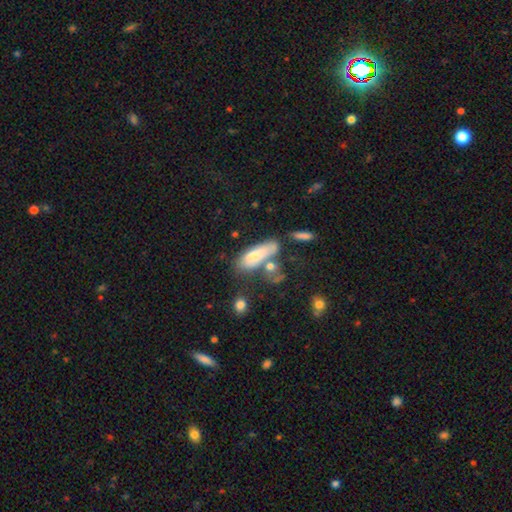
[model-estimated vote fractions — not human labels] Smooth or featured? smooth (70%)
How rounded? in between (62%)
Merging? none (41%)